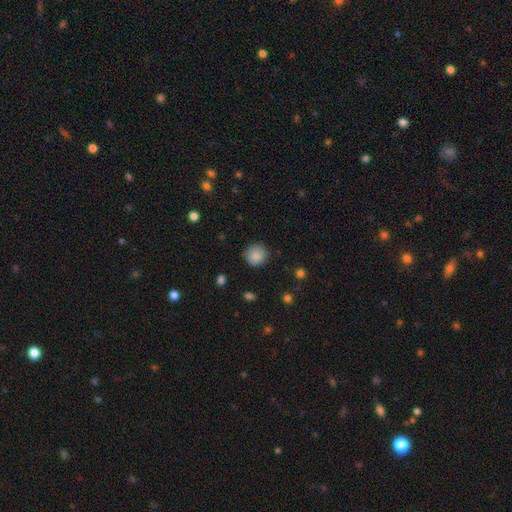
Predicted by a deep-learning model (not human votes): A smooth galaxy with no disk features (87%) that is round (91%).

Vote fractions:
- Smooth or featured? smooth: 87% / star or artifact: 9% / featured or disk: 5%
- How rounded? round: 91% / in between: 8% / cigar-shaped: 1%
- Merging? none: 84% / minor disturbance: 11% / major disturbance: 3% / merger: 1%